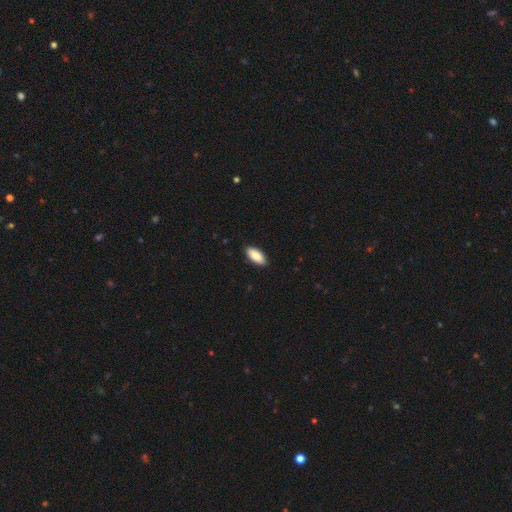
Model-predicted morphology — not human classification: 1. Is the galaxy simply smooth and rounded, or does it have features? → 89% smooth, 6% star or artifact, 6% featured or disk.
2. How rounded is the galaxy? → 88% in between, 10% cigar-shaped, 2% round.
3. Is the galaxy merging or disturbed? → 90% none, 8% minor disturbance, 2% major disturbance, 1% merger.